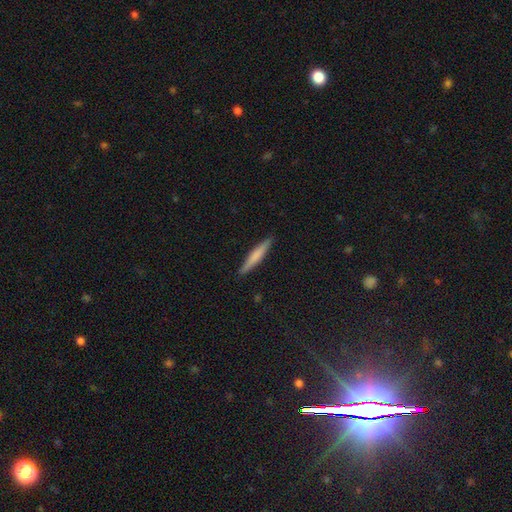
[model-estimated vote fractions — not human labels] This appears to be a smooth galaxy with no disk features (62%) that is cigar-shaped (94%). Merging: none (91%).